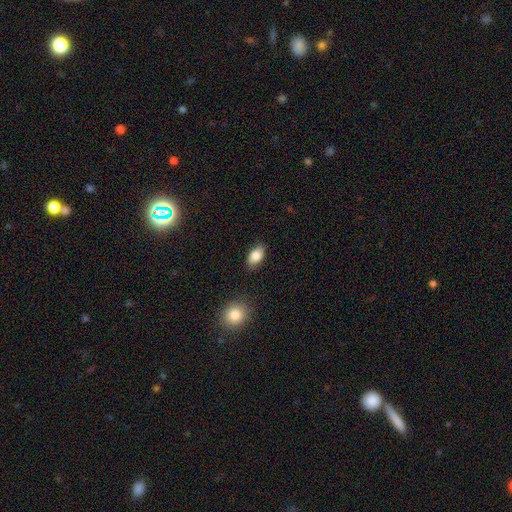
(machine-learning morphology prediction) Q: Smooth or featured?
A: smooth (83%); runner-up: featured or disk (10%)
Q: How rounded?
A: in between (91%); runner-up: round (5%)
Q: Merging?
A: none (85%); runner-up: minor disturbance (11%)